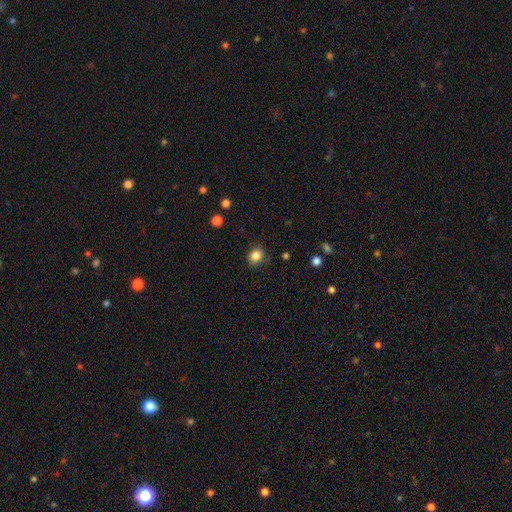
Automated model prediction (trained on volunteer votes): This appears to be a smooth galaxy with no disk features (85%) that is round (78%). Merging: none (87%).